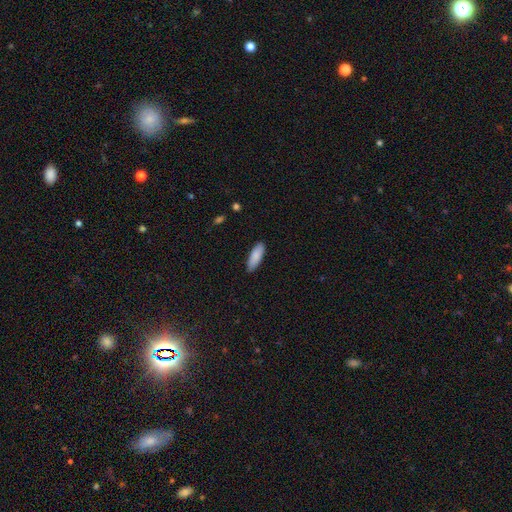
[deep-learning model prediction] Smooth or featured? smooth (87%)
How rounded? in between (58%)
Merging? none (87%)